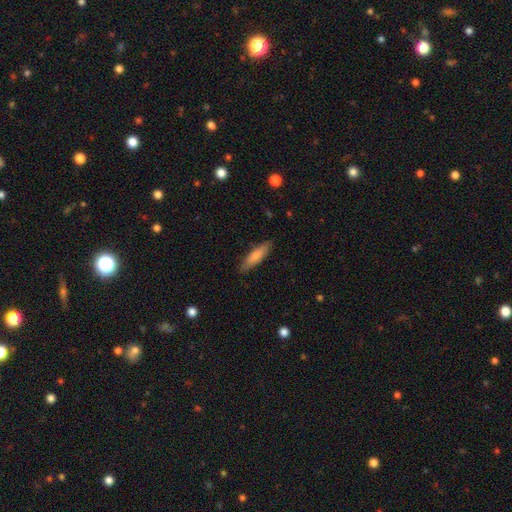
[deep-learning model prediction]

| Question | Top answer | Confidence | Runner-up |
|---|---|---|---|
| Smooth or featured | smooth | 77% | featured or disk (17%) |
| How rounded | cigar-shaped | 65% | in between (34%) |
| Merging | none | 85% | minor disturbance (12%) |